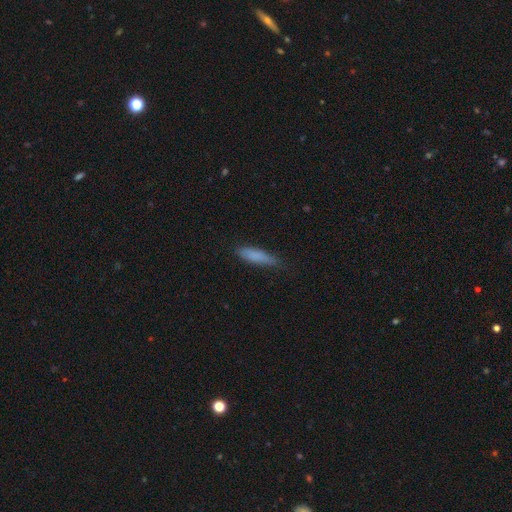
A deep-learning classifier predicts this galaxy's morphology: Overall: smooth (81%). How rounded: cigar-shaped (75%). Merging: none (74%).